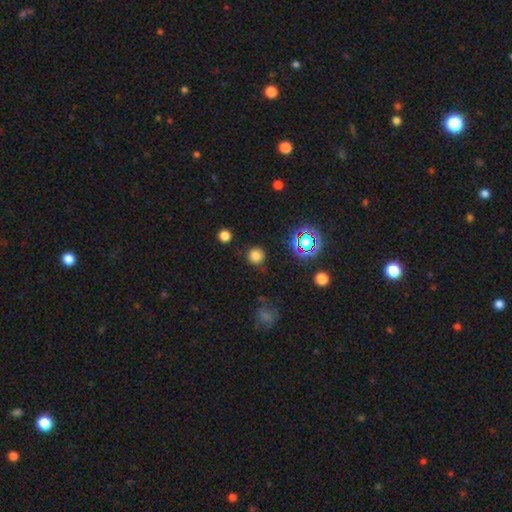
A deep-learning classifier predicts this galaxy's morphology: This is likely a smooth galaxy (76%). How rounded: clearly round (94%). Merging: clearly none (86%).